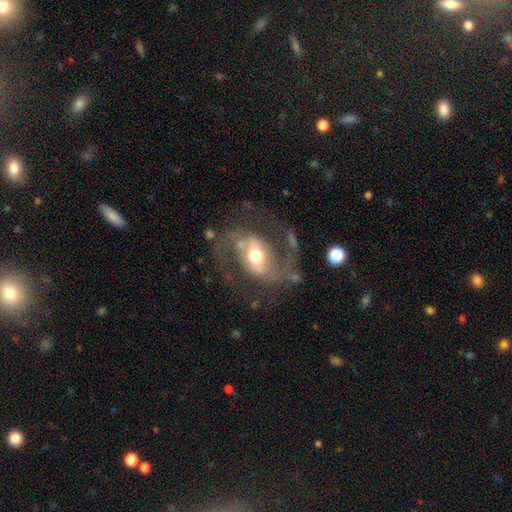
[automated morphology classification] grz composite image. It shows a featured or disk galaxy (85%) with a weak bar (38%), 2 (92%) medium (49%) spiral arms (92%) and a moderate central bulge (66%). Merging: none (65%).